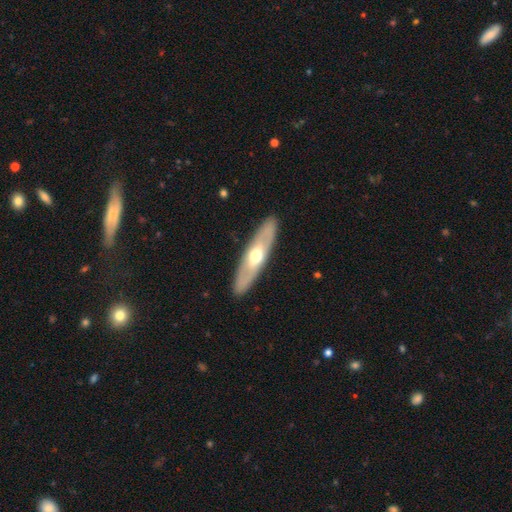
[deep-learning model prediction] A featured or disk galaxy (59%) viewed edge-on (52%).

Vote fractions:
- Smooth or featured? featured or disk: 59% / smooth: 35% / star or artifact: 6%
- Edge-on disk? yes: 52% / no: 48%
- Merging? none: 89% / minor disturbance: 8% / major disturbance: 2% / merger: 1%